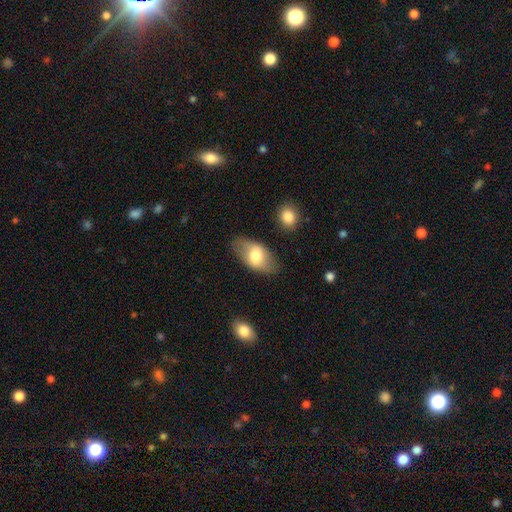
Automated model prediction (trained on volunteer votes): Smooth or featured?
  - smooth: 65% *
  - featured or disk: 28%
  - star or artifact: 6%
How rounded?
  - in between: 92% *
  - round: 5%
  - cigar-shaped: 3%
Merging?
  - none: 78% *
  - minor disturbance: 15%
  - major disturbance: 5%
  - merger: 2%